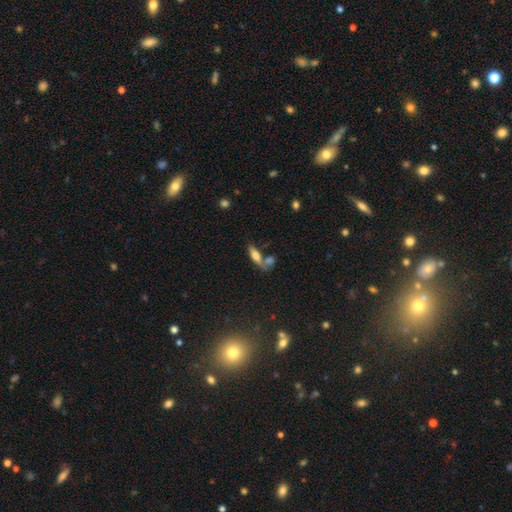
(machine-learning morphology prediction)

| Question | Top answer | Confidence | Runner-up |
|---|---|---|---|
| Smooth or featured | smooth | 66% | featured or disk (25%) |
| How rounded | in between | 56% | cigar-shaped (41%) |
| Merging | none | 48% | merger (33%) |